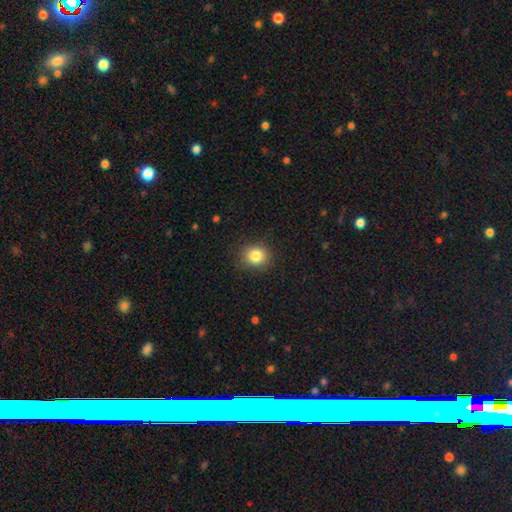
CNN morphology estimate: A smooth galaxy with no disk features (84%) that is round (79%). Merging: none (86%).